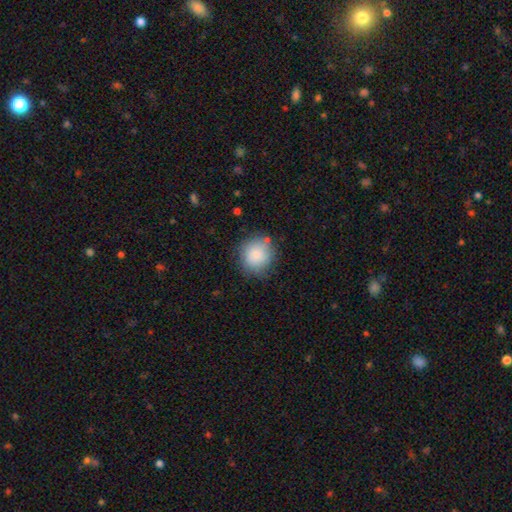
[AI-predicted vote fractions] A smooth galaxy with no disk features (84%) that is round (86%).

Vote fractions:
- Smooth or featured? smooth: 84% / featured or disk: 8% / star or artifact: 8%
- How rounded? round: 86% / in between: 13% / cigar-shaped: 1%
- Merging? none: 75% / minor disturbance: 17% / major disturbance: 5% / merger: 3%